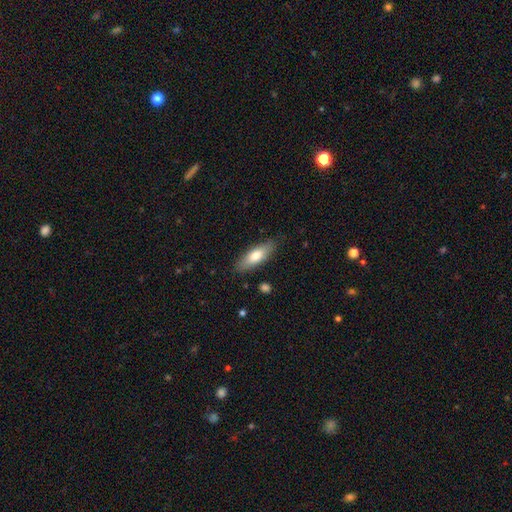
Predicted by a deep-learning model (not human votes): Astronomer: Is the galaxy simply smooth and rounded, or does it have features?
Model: smooth — 71%.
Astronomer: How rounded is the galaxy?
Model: in between — 59% (runner-up: cigar-shaped, 39%).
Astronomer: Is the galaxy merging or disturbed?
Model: none — 84%.